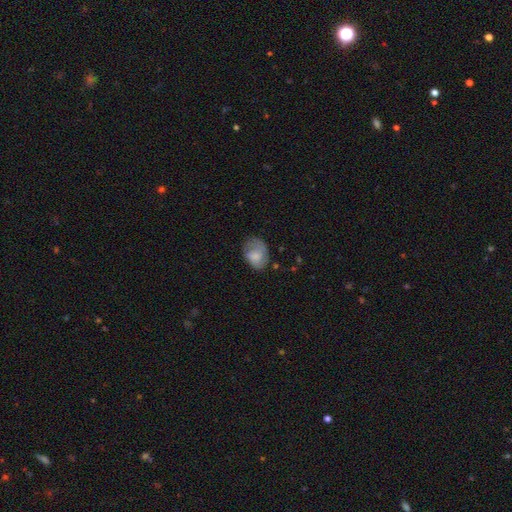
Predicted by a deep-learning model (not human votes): Morphology: type=smooth (67%); roundness=in between (75%); merging=none (47%).